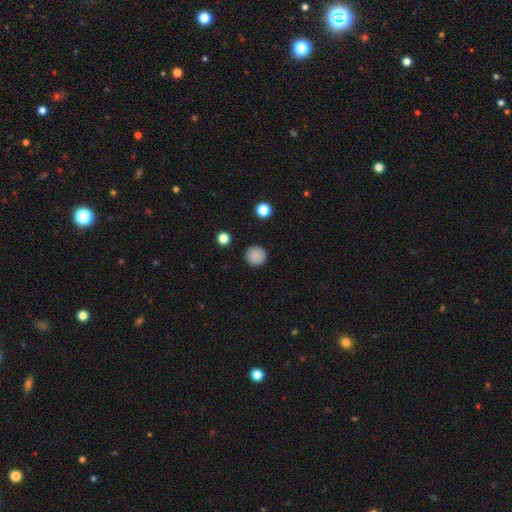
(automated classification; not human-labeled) Smooth or featured: smooth — 87% (star or artifact — 9%)
How rounded: round — 96% (in between — 3%)
Merging: none — 91% (minor disturbance — 6%)